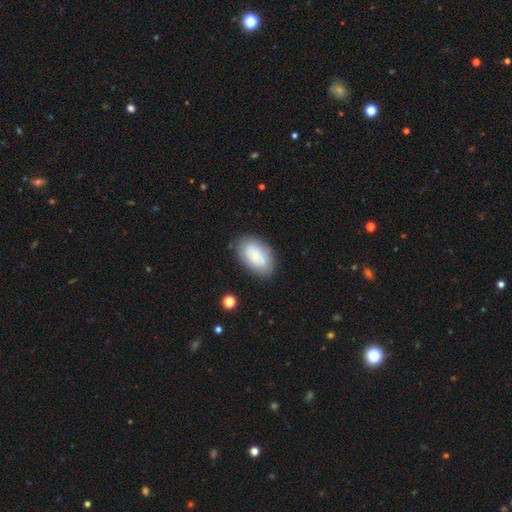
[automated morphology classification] A smooth galaxy with no disk features (74%) that is in between round and cigar-shaped (93%).

Vote fractions:
- Smooth or featured? smooth: 74% / featured or disk: 19% / star or artifact: 7%
- How rounded? in between: 93% / round: 6% / cigar-shaped: 1%
- Merging? none: 76% / minor disturbance: 16% / major disturbance: 5% / merger: 3%